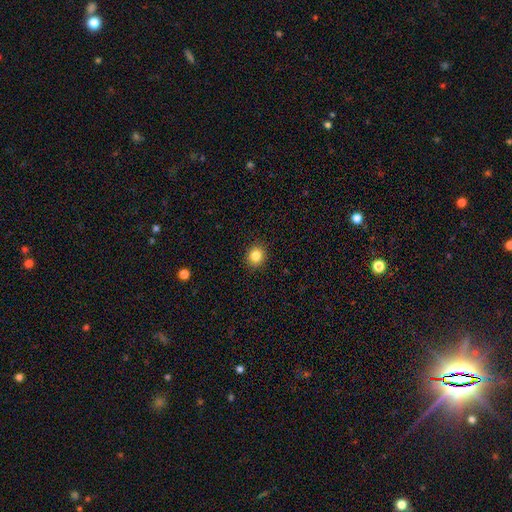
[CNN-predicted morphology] Smooth or featured? smooth (84%)
How rounded? round (79%)
Merging? none (91%)